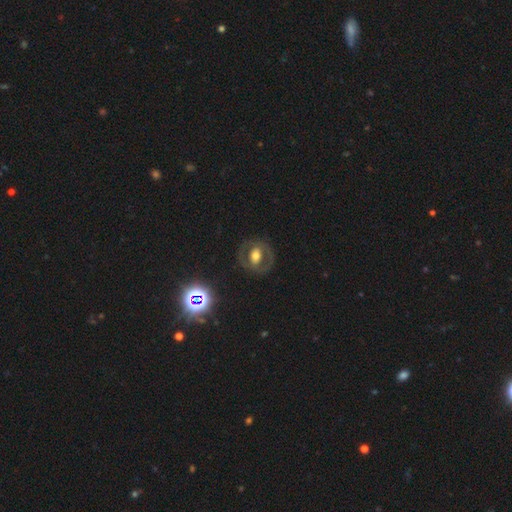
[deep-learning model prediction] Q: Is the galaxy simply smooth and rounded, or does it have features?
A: featured or disk — 58%.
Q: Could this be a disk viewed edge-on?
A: no — 94%.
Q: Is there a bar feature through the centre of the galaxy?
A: no — 48%.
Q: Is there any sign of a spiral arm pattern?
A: no — 66%.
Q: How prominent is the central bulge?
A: moderate — 55%.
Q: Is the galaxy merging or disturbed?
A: none — 79%.